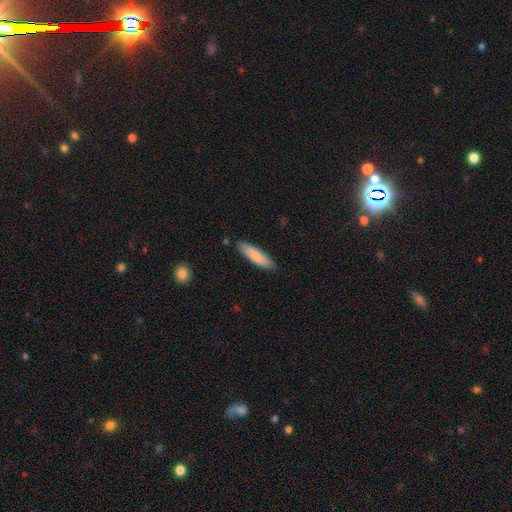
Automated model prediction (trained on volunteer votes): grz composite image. It shows a smooth galaxy with no disk features (83%) that is cigar-shaped (69%). Merging: none (86%).